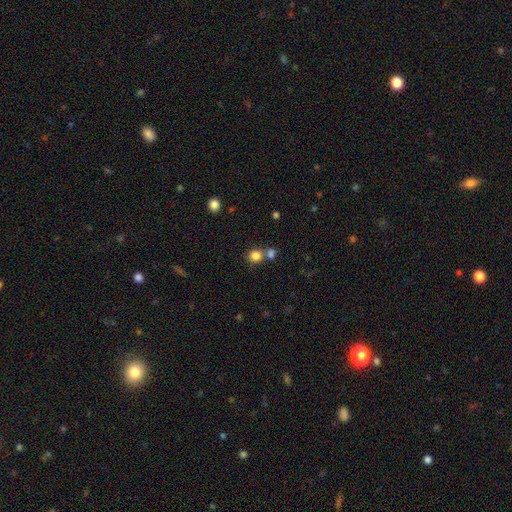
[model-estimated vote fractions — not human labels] A smooth galaxy with no disk features (82%) that is round (83%).

Vote fractions:
- Smooth or featured? smooth: 82% / star or artifact: 12% / featured or disk: 6%
- How rounded? round: 83% / in between: 16% / cigar-shaped: 1%
- Merging? none: 56% / merger: 33% / minor disturbance: 8% / major disturbance: 3%